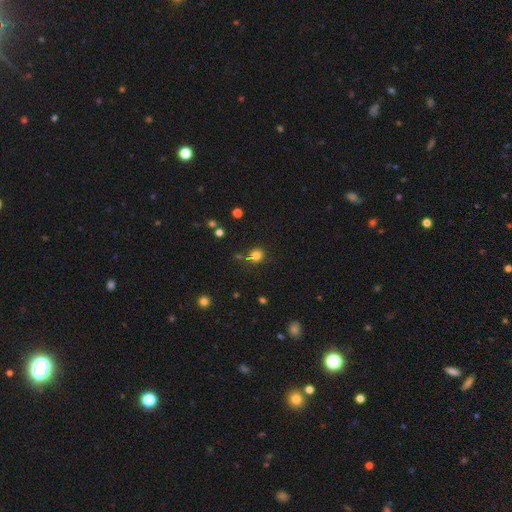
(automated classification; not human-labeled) smooth_or_featured: smooth (p=0.78) [alt: star or artifact p=0.16]
how_rounded: round (p=0.81) [alt: in between p=0.18]
merging: none (p=0.67) [alt: minor disturbance p=0.16]